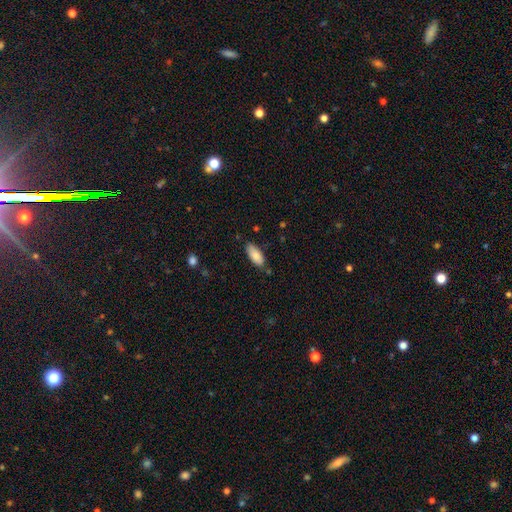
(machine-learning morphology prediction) A smooth galaxy with no disk features (83%) that is in between round and cigar-shaped (88%). Merging: none (77%).